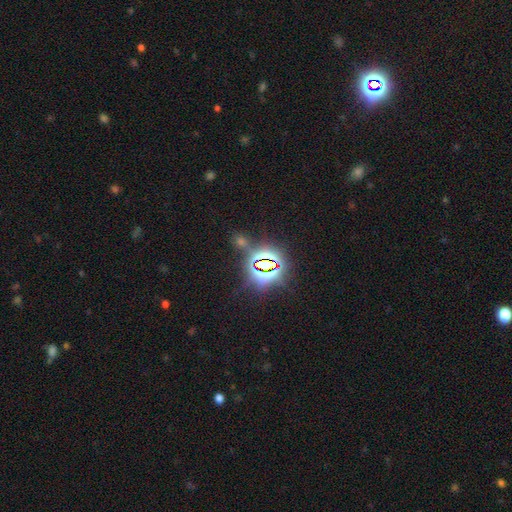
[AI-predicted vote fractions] Smooth or featured? star or artifact (82%)